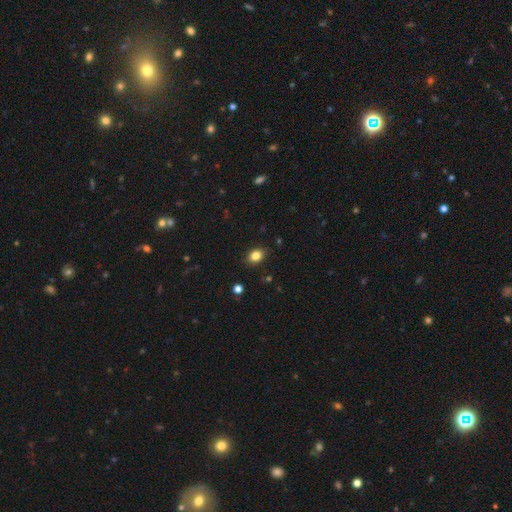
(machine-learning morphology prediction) A smooth galaxy with no disk features (84%) that is in between round and cigar-shaped (67%). Merging: none (87%).